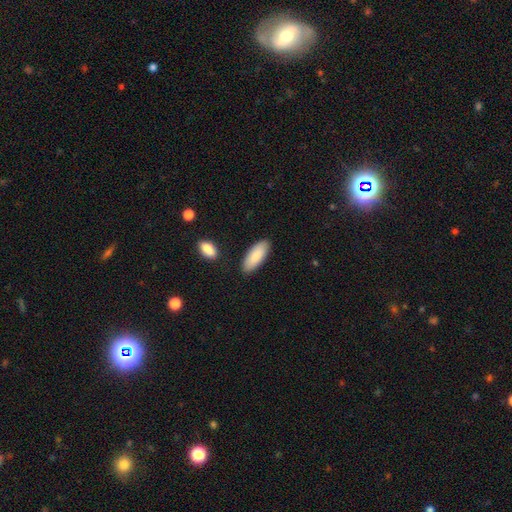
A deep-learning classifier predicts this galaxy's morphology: Q: Smooth or featured?
A: smooth (86%); runner-up: featured or disk (9%)
Q: How rounded?
A: in between (77%); runner-up: cigar-shaped (21%)
Q: Merging?
A: none (85%); runner-up: minor disturbance (10%)